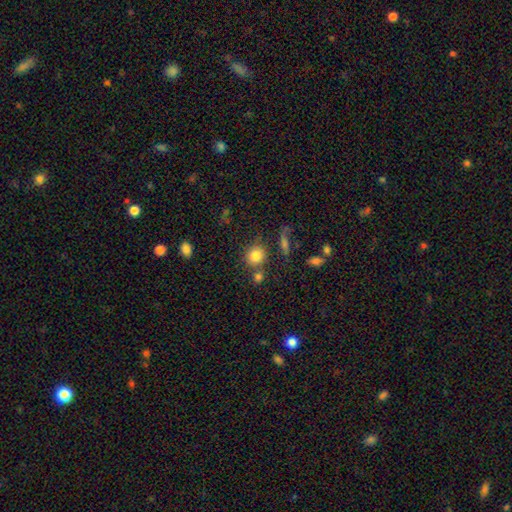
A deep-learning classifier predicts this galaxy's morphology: The model was most divided on "merging": none: 68%, merger: 16%, minor disturbance: 11%, major disturbance: 5%. More confident: smooth or featured — smooth (82%); how rounded — round (80%).